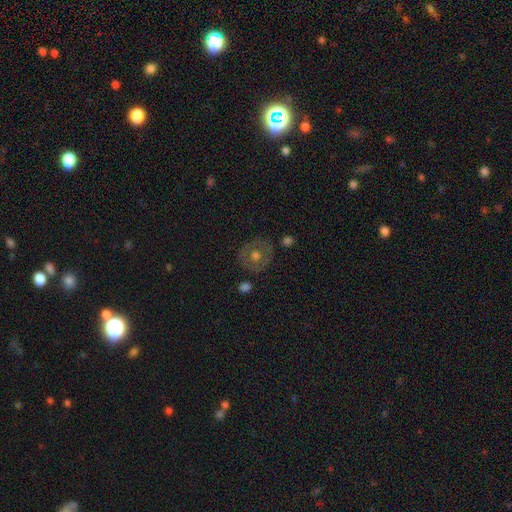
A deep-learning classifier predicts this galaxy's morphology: The model was most divided on "smooth or featured": featured or disk: 46%, smooth: 44%, star or artifact: 10%. More confident: merging — none (81%).